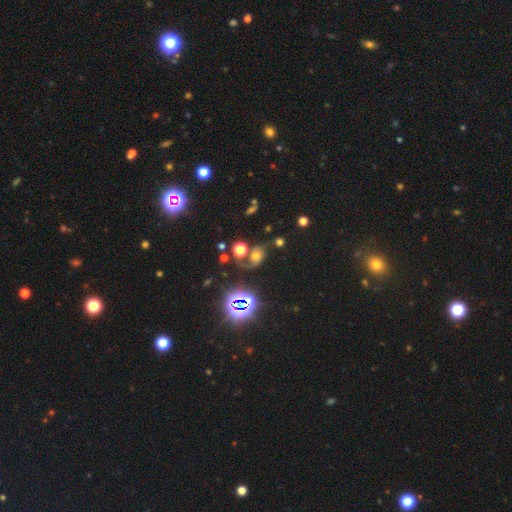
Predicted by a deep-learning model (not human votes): Smooth or featured: smooth — 36% (featured or disk — 33%)
Merging: none — 44% (major disturbance — 21%)